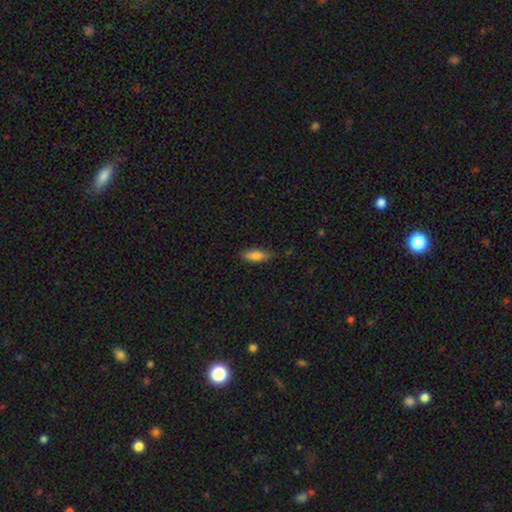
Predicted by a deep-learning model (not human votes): The model was most divided on "how rounded": in between: 72%, cigar-shaped: 26%, round: 2%. More confident: smooth or featured — smooth (83%); merging — none (81%).